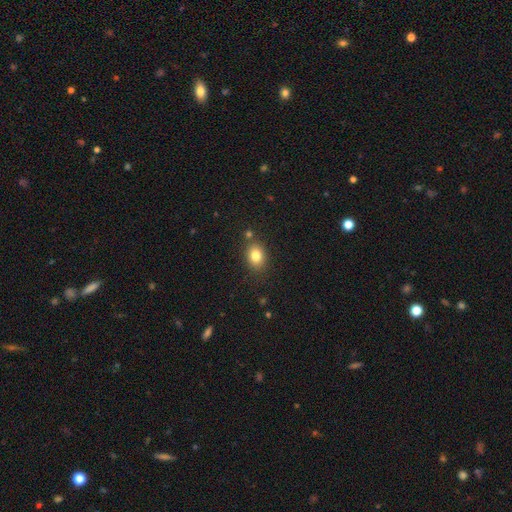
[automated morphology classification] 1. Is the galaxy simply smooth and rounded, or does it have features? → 82% smooth, 10% star or artifact, 8% featured or disk.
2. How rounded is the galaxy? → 66% in between, 33% round, 1% cigar-shaped.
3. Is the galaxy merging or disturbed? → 78% none, 12% minor disturbance, 7% merger, 3% major disturbance.